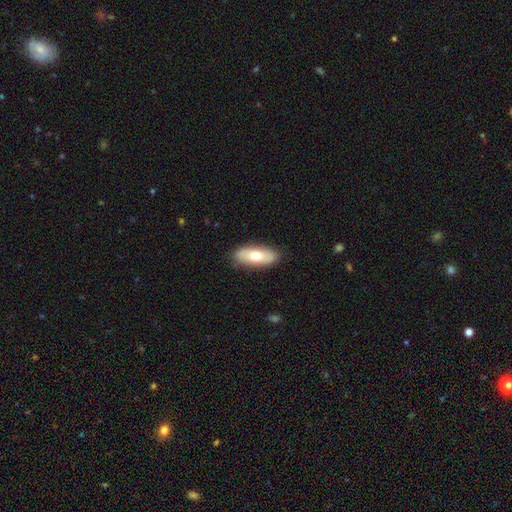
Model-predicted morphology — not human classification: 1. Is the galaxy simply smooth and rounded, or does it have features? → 69% smooth, 25% featured or disk, 6% star or artifact.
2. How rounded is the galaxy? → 77% in between, 20% cigar-shaped, 3% round.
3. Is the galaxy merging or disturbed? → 86% none, 11% minor disturbance, 2% major disturbance, 1% merger.